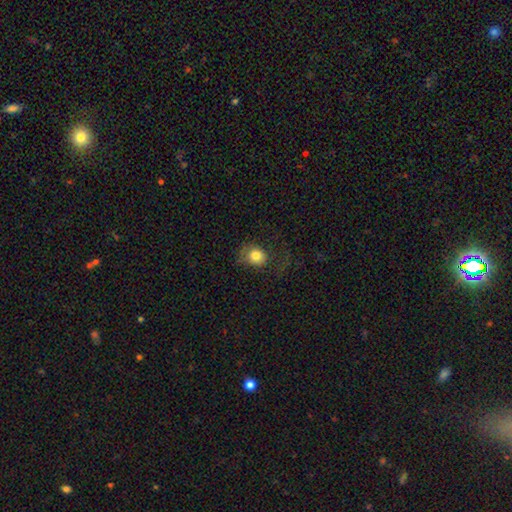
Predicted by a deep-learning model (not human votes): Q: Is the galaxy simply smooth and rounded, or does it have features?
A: smooth — 79%.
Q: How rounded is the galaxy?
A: round — 69%.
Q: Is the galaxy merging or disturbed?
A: none — 53%.